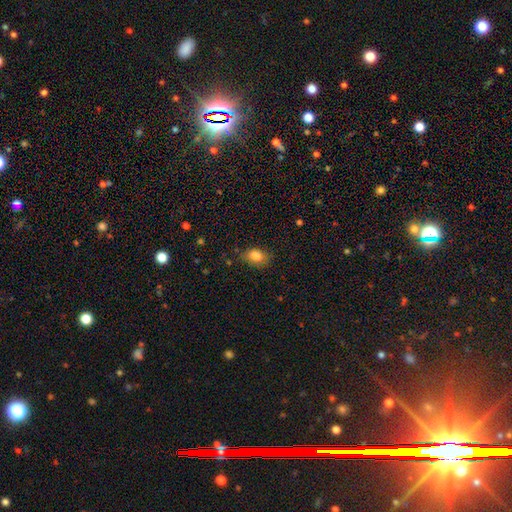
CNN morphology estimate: A smooth galaxy with no disk features (84%) that is in between round and cigar-shaped (83%).

Vote fractions:
- Smooth or featured? smooth: 84% / star or artifact: 9% / featured or disk: 7%
- How rounded? in between: 83% / round: 16% / cigar-shaped: 2%
- Merging? none: 75% / minor disturbance: 19% / major disturbance: 4% / merger: 2%